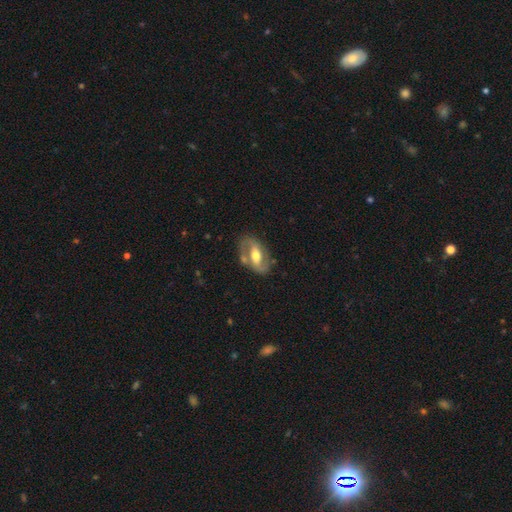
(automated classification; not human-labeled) Smooth or featured? Predicted: featured or disk (p=0.76). Edge-on disk? Predicted: no (p=0.93). Bar? Predicted: strong (p=0.41). Spiral arms? Predicted: yes (p=0.78). Spiral winding? Predicted: medium (p=0.48). Spiral arm count? Predicted: 2 (p=0.84). Bulge size? Predicted: moderate (p=0.69). Merging? Predicted: none (p=0.71).